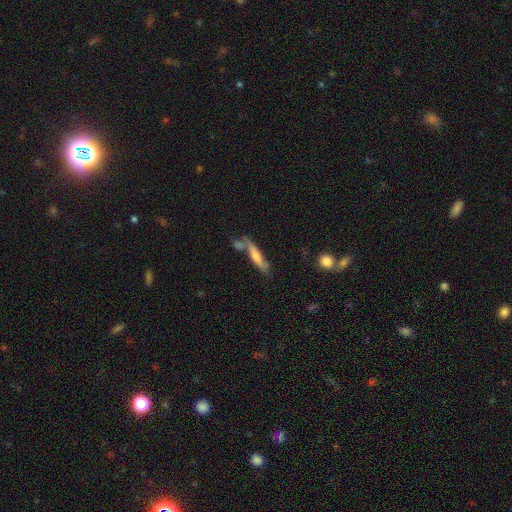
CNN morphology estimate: This appears to be a smooth galaxy with no disk features (49%). Merging: none (56%).